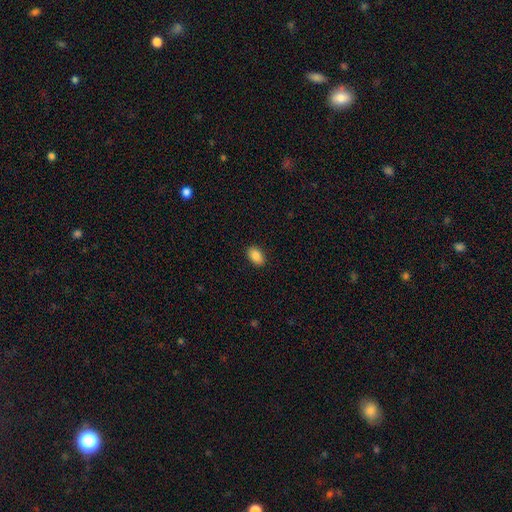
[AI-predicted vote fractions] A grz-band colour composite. It shows a smooth galaxy with no disk features (88%) that is in between round and cigar-shaped (89%). Merging: none (90%).